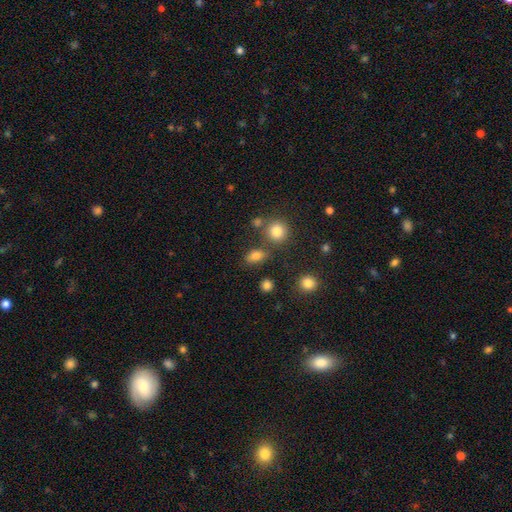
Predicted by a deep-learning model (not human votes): smooth_or_featured: smooth (p=0.80) [alt: star or artifact p=0.13]
how_rounded: in between (p=0.68) [alt: round p=0.28]
merging: none (p=0.69) [alt: minor disturbance p=0.14]